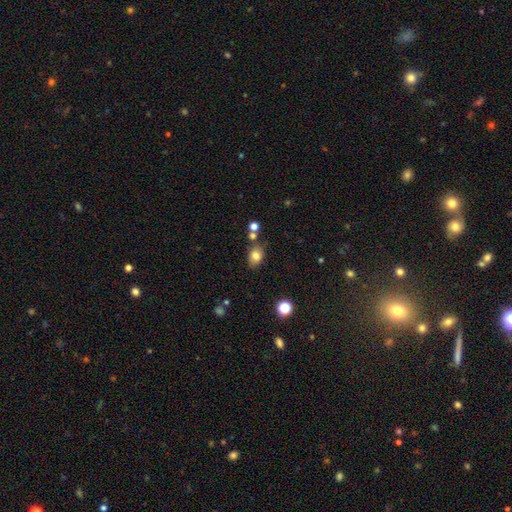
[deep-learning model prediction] A smooth galaxy with no disk features (80%) that is in between round and cigar-shaped (69%). Merging: none (70%).